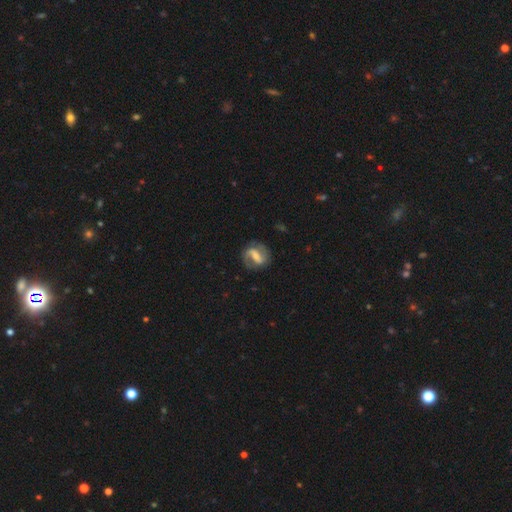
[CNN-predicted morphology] This appears to be a featured or disk galaxy (78%) with a strong bar (55%), 2 (86%) medium (46%) spiral arms (89%) and a moderate central bulge (42%). Merging: none (78%).